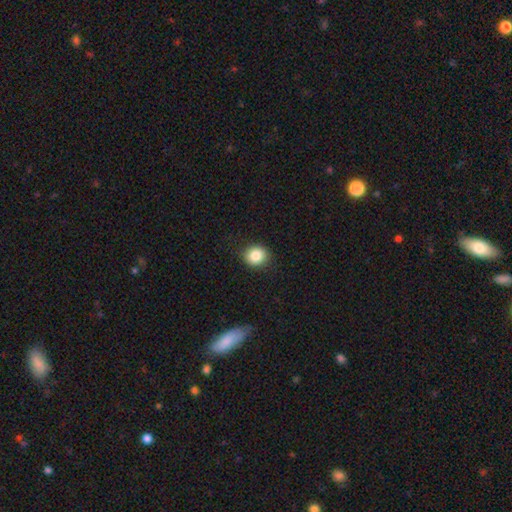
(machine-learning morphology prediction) smooth-or-featured: smooth: 85% | star or artifact: 9% | featured or disk: 6%
  how-rounded: round: 78% | in between: 21% | cigar-shaped: 1%
  merging: none: 89% | minor disturbance: 8% | major disturbance: 2% | merger: 1%